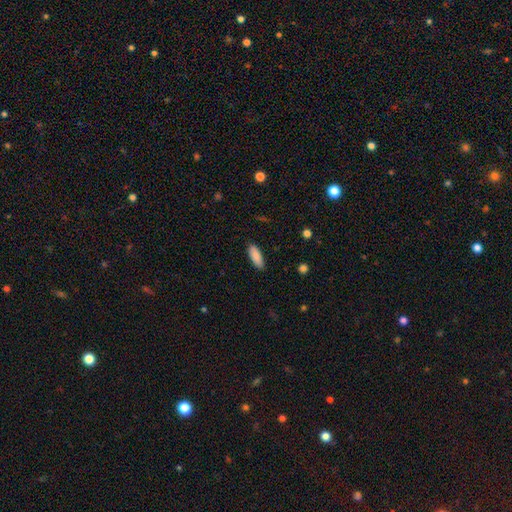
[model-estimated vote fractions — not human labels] Q: Smooth or featured?
A: smooth (88%); runner-up: star or artifact (6%)
Q: How rounded?
A: in between (72%); runner-up: cigar-shaped (26%)
Q: Merging?
A: none (88%); runner-up: minor disturbance (9%)